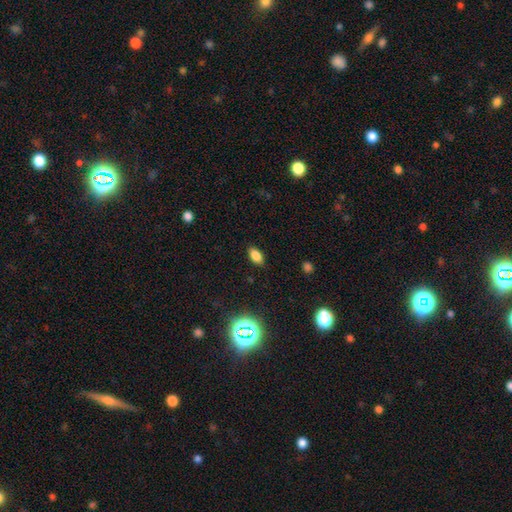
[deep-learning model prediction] A smooth galaxy with no disk features (82%) that is in between round and cigar-shaped (90%). Merging: none (87%).